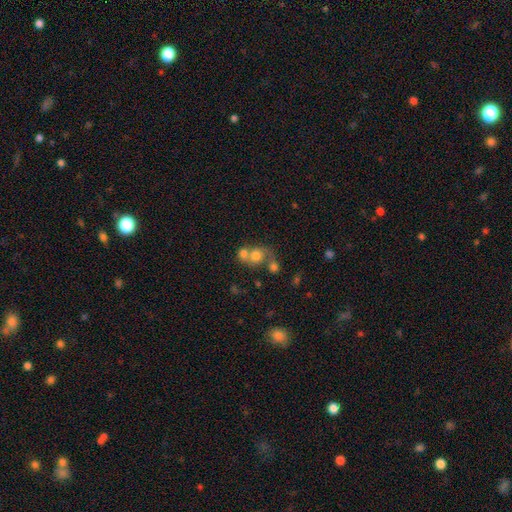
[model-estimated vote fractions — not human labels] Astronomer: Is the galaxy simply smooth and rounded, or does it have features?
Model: smooth — 68%.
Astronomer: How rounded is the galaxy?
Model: round — 71%.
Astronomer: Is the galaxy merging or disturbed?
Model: merger — 60%.